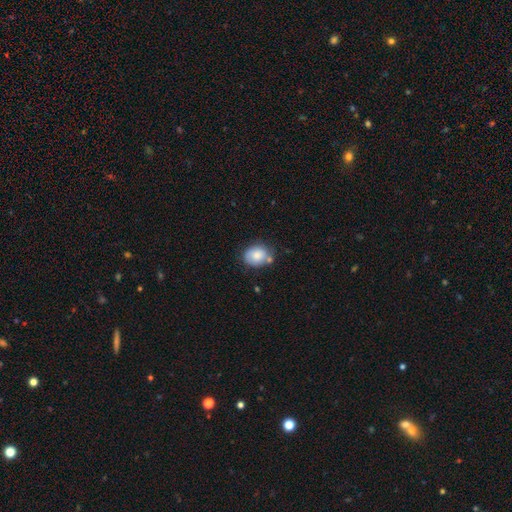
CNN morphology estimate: A smooth galaxy with no disk features (77%) that is in between round and cigar-shaped (52%).

Vote fractions:
- Smooth or featured? smooth: 77% / featured or disk: 15% / star or artifact: 8%
- How rounded? in between: 52% / round: 47% / cigar-shaped: 1%
- Merging? none: 61% / minor disturbance: 22% / merger: 11% / major disturbance: 6%